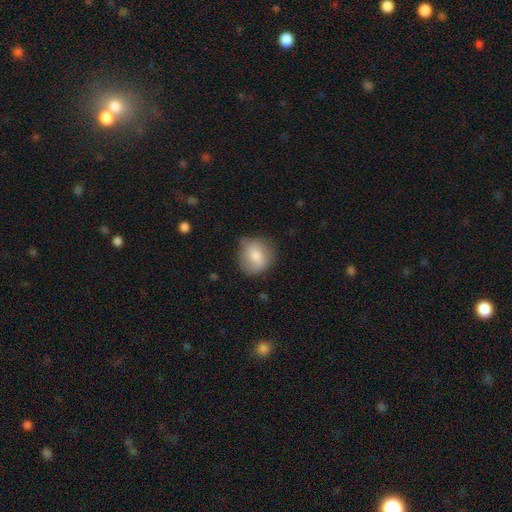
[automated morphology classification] Smooth or featured? smooth (75%)
How rounded? round (82%)
Merging? none (67%)